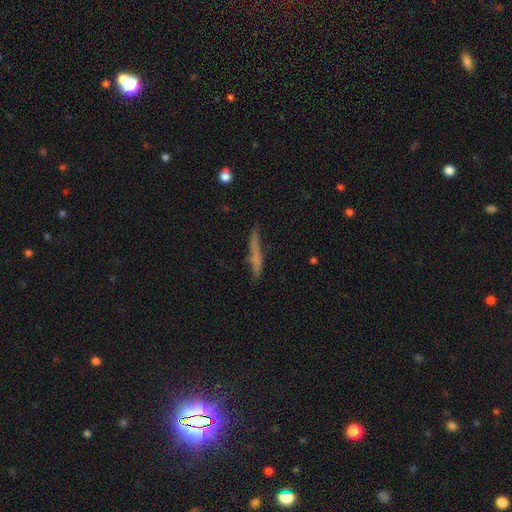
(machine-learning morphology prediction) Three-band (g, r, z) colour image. It shows a smooth galaxy with no disk features (57%) that is cigar-shaped (94%). Merging: none (72%).